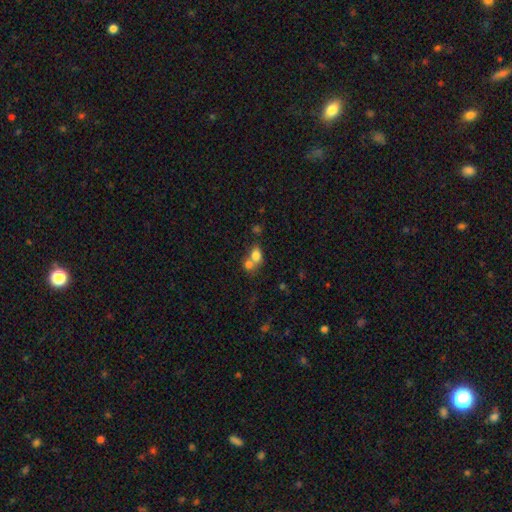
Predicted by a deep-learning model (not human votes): Overall: smooth (78%). How rounded: in between (61%; round 37%). Merging: merger (56%; none 33%).